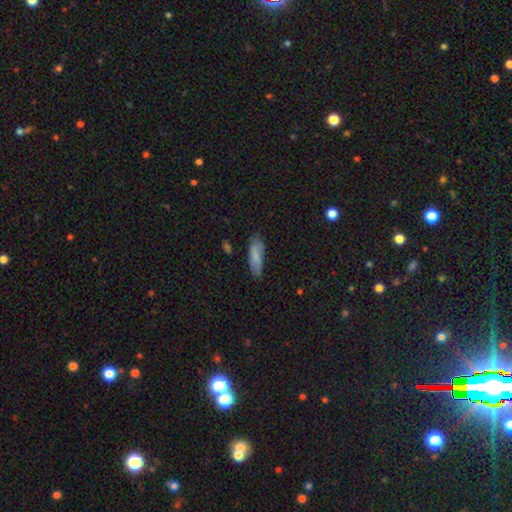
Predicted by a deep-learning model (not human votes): Morphology: type=smooth (78%); roundness=in between (59%); merging=none (72%).